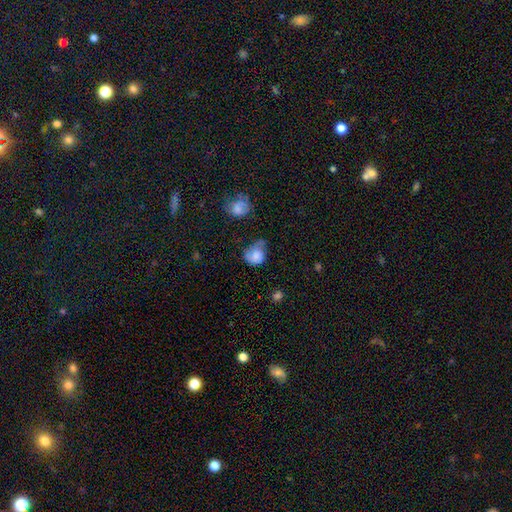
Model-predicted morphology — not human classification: Smooth or featured? Predicted: smooth (p=0.70). How rounded? Predicted: round (p=0.63). Merging? Predicted: minor disturbance (p=0.36).